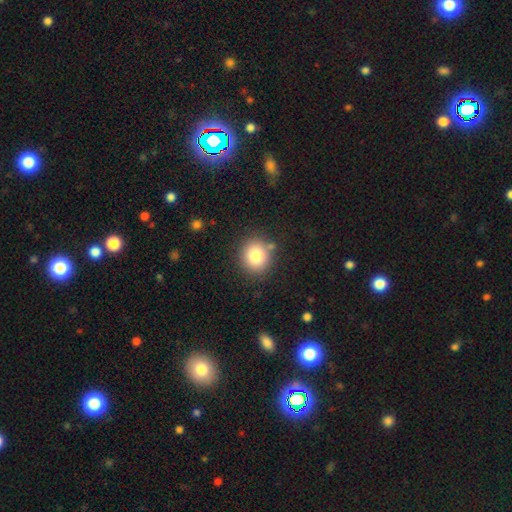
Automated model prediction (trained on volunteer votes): smooth_or_featured: smooth (p=0.80) [alt: star or artifact p=0.11]
how_rounded: round (p=0.84) [alt: in between p=0.15]
merging: none (p=0.82) [alt: minor disturbance p=0.10]